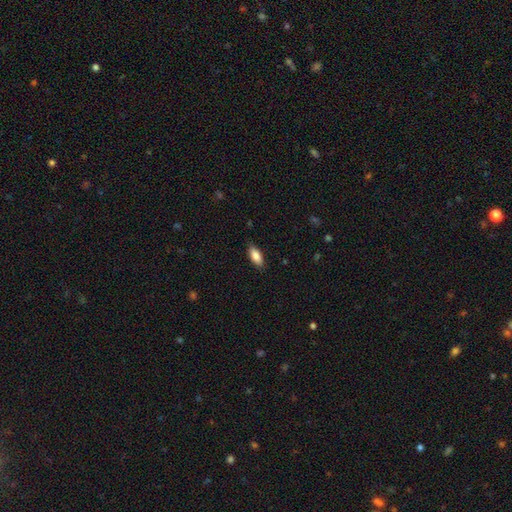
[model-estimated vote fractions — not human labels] smooth 85%, featured or disk 8%, star or artifact 6%. Down the decision tree: how rounded — in between (84%); merging — none (87%).